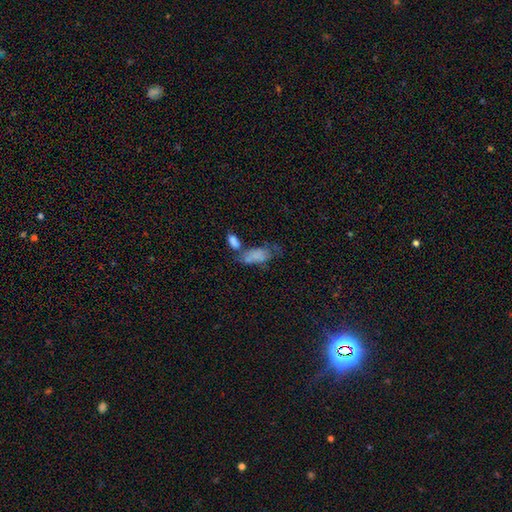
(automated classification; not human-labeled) smooth-or-featured: smooth: 73% | featured or disk: 18% | star or artifact: 10%
  how-rounded: in between: 86% | cigar-shaped: 10% | round: 4%
  merging: merger: 40% | none: 26% | minor disturbance: 18% | major disturbance: 16%